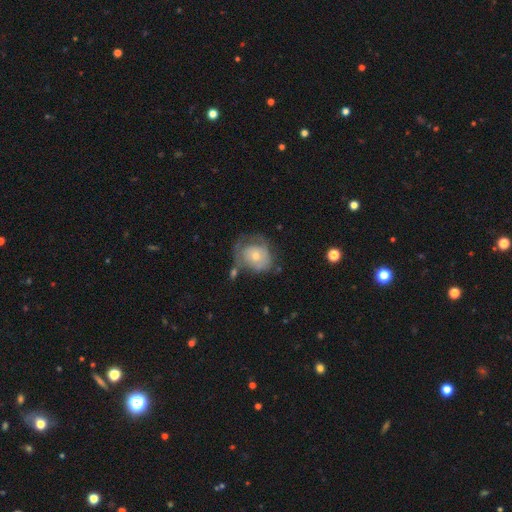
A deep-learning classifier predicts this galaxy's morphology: A featured or disk galaxy (53%) with no bar (84%), spiral arms (56%) and a moderate central bulge (49%). Merging: none (41%).